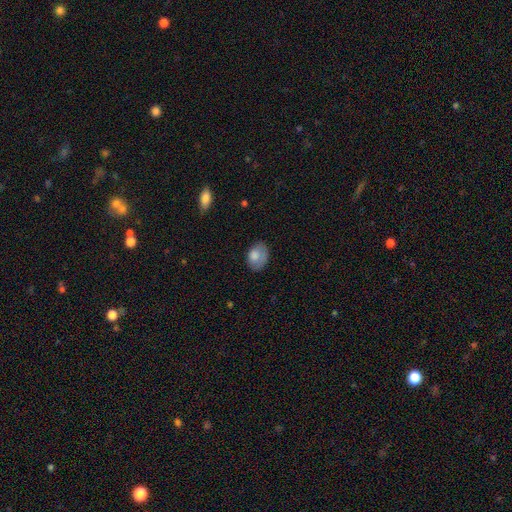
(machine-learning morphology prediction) Smooth or featured: smooth — 74% (featured or disk — 18%)
How rounded: in between — 77% (round — 22%)
Merging: none — 58% (minor disturbance — 28%)